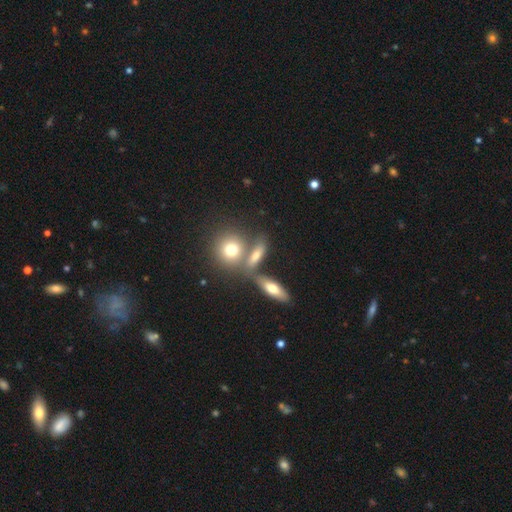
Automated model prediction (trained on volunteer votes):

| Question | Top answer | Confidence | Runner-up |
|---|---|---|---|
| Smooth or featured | smooth | 68% | featured or disk (21%) |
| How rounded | in between | 46% | round (33%) |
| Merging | none | 52% | merger (32%) |